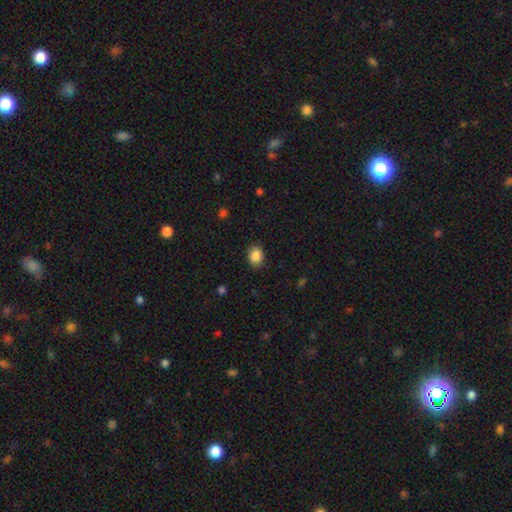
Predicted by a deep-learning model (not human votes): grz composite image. It shows a smooth galaxy with no disk features (88%) that is in between round and cigar-shaped (57%). Merging: none (89%).